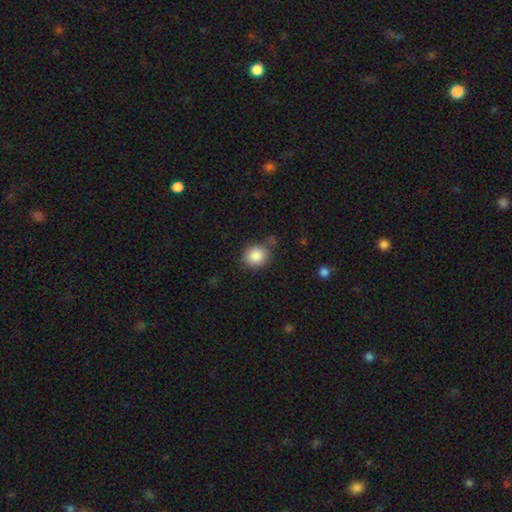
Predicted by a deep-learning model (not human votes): smooth 87%, star or artifact 9%, featured or disk 5%. Down the decision tree: how rounded — round (67%); merging — none (75%).